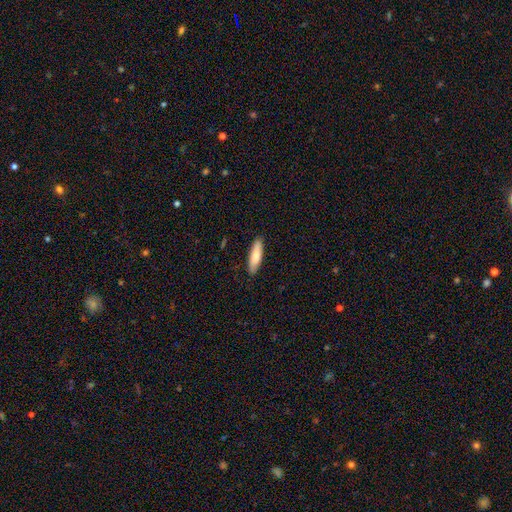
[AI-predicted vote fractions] This is likely a smooth galaxy (80%). How rounded: likely cigar-shaped (67%). Merging: clearly none (88%).